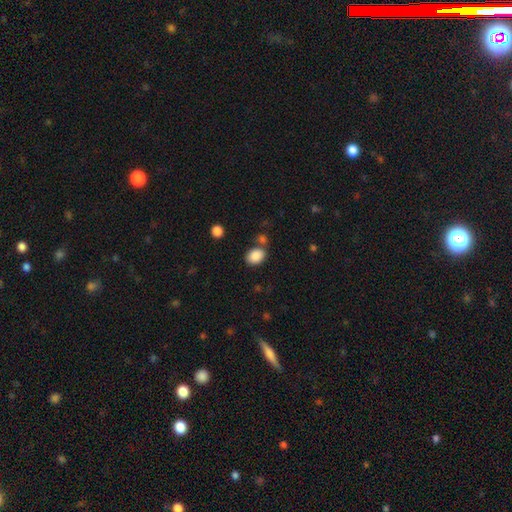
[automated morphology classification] A smooth galaxy with no disk features (87%) that is in between round and cigar-shaped (67%). Merging: none (69%).